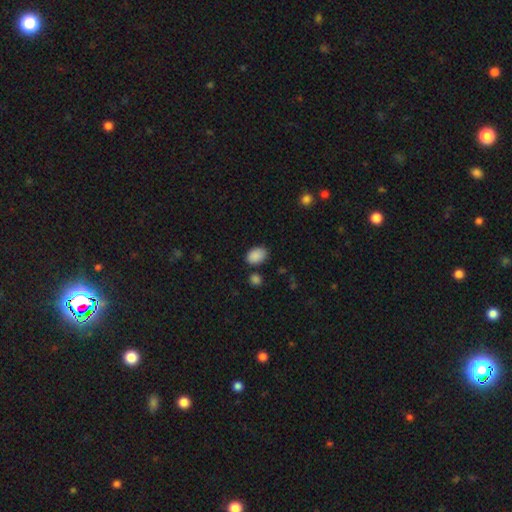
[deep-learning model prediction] This appears to be a smooth galaxy with no disk features (88%) that is in between round and cigar-shaped (83%). Merging: none (78%).